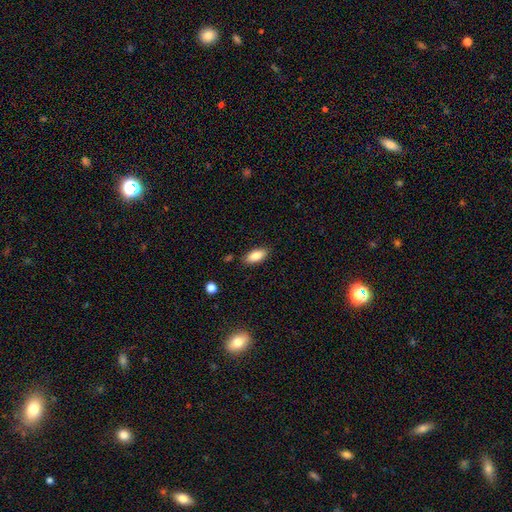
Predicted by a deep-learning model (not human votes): Q: Smooth or featured?
A: smooth (85%); runner-up: featured or disk (7%)
Q: How rounded?
A: in between (87%); runner-up: cigar-shaped (11%)
Q: Merging?
A: none (84%); runner-up: minor disturbance (11%)